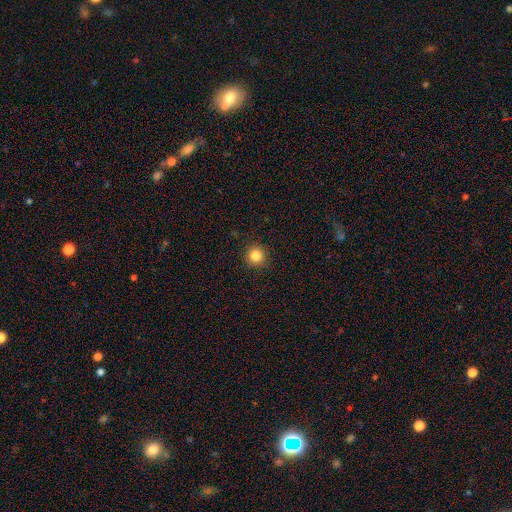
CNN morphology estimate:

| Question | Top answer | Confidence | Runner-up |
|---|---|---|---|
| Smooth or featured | smooth | 84% | star or artifact (11%) |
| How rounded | round | 95% | in between (4%) |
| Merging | none | 92% | minor disturbance (6%) |